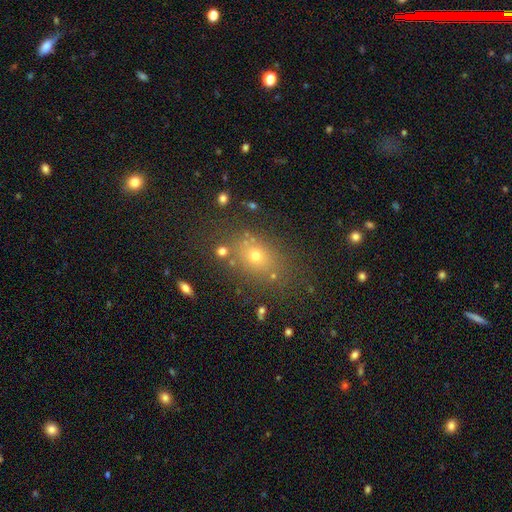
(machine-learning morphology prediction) Smooth or featured?
  - smooth: 66% *
  - star or artifact: 20%
  - featured or disk: 14%
How rounded?
  - in between: 58% *
  - round: 41%
  - cigar-shaped: 2%
Merging?
  - none: 76% *
  - minor disturbance: 12%
  - merger: 6%
  - major disturbance: 6%